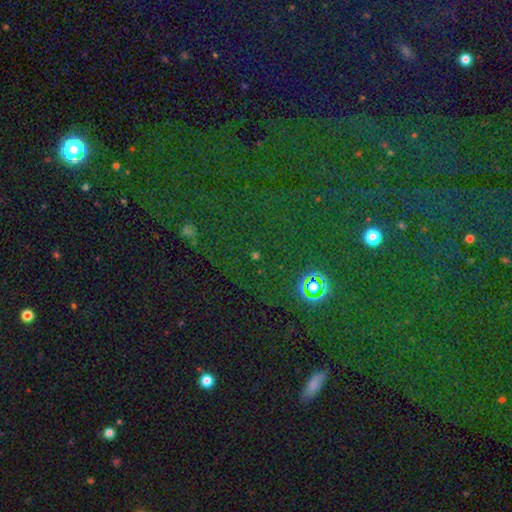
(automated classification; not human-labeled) A star or artifact, not a galaxy (78%).

Vote fractions:
- Smooth or featured? star or artifact: 78% / smooth: 14% / featured or disk: 8%